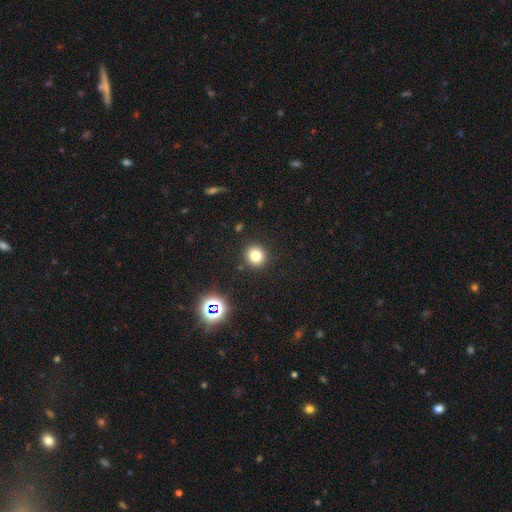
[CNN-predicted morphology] smooth-or-featured: smooth: 77% | star or artifact: 15% | featured or disk: 7%
  how-rounded: round: 90% | in between: 10% | cigar-shaped: 1%
  merging: none: 91% | minor disturbance: 6% | major disturbance: 2% | merger: 2%